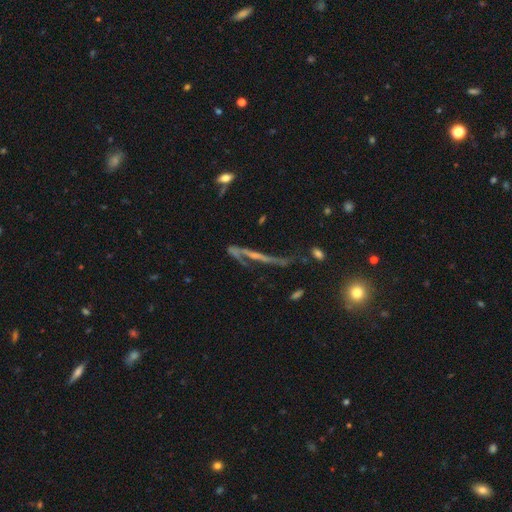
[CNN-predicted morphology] Overall: featured or disk (65%). Edge-on disk: yes (64%; no 36%). Merging: none (38%; major disturbance 30%).